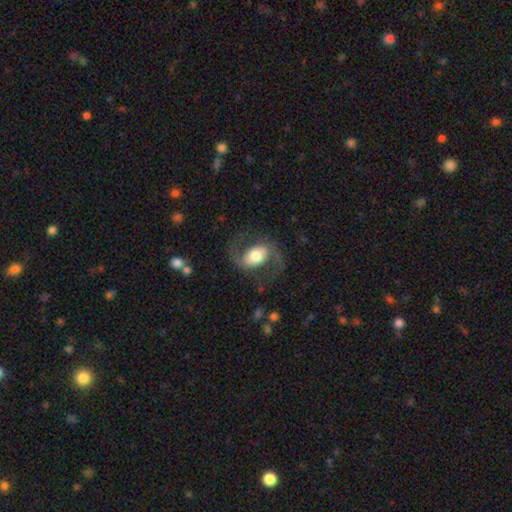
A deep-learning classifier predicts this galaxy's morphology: Smooth or featured: featured or disk — 80% (smooth — 14%)
Edge-on disk: no — 97% (yes — 3%)
Bar: no — 42% (weak — 36%)
Spiral arms: yes — 91% (no — 9%)
Spiral winding: medium — 51% (loose — 39%)
Spiral arm count: 2 — 93% (can't tell — 2%)
Bulge size: moderate — 54% (large — 32%)
Merging: none — 74% (minor disturbance — 13%)